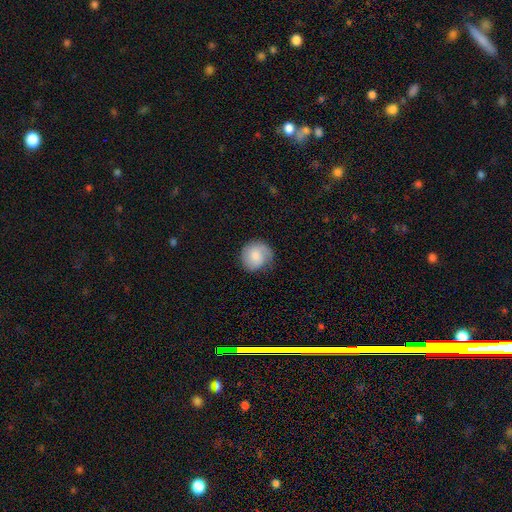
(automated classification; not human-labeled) Smooth or featured? Predicted: smooth (p=0.64). How rounded? Predicted: round (p=0.87). Merging? Predicted: none (p=0.65).